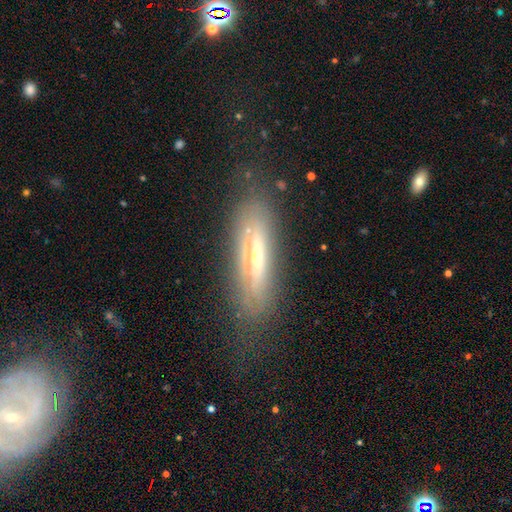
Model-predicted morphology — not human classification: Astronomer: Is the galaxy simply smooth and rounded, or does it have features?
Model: featured or disk — 68%.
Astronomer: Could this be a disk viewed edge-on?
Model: yes — 71%.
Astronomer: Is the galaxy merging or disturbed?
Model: none — 71%.